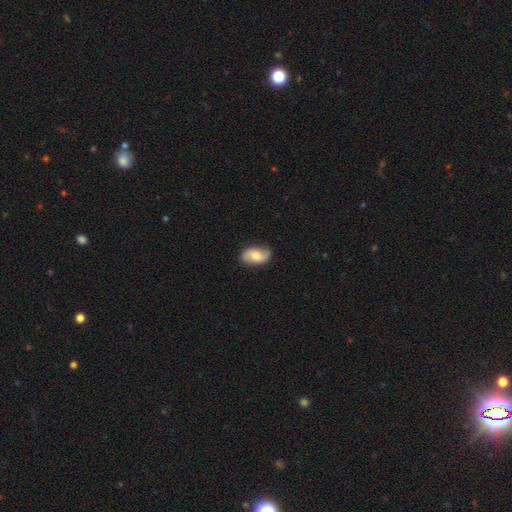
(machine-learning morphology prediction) smooth_or_featured: featured or disk (p=0.59) [alt: smooth p=0.34]
disk_edge_on: no (p=0.96) [alt: yes p=0.04]
bar: no (p=0.56) [alt: weak p=0.36]
has_spiral_arms: yes (p=0.92) [alt: no p=0.08]
spiral_winding: loose (p=0.50) [alt: medium p=0.35]
spiral_arm_count: 2 (p=0.89) [alt: can't tell p=0.05]
bulge_size: moderate (p=0.54) [alt: small p=0.23]
merging: none (p=0.80) [alt: minor disturbance p=0.15]